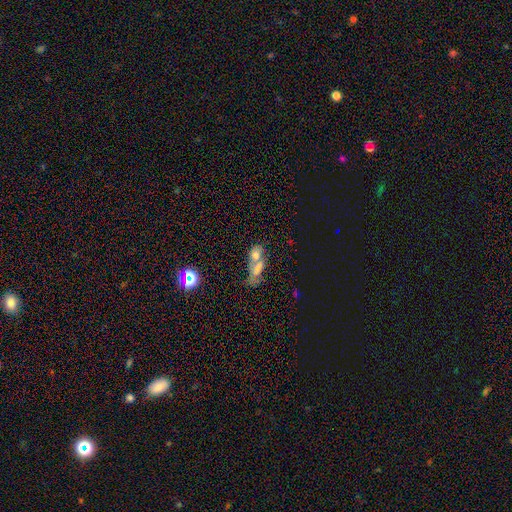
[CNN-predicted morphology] This is possibly a smooth galaxy (54%). How rounded: likely in between (65%). Merging: possibly merger (56%).